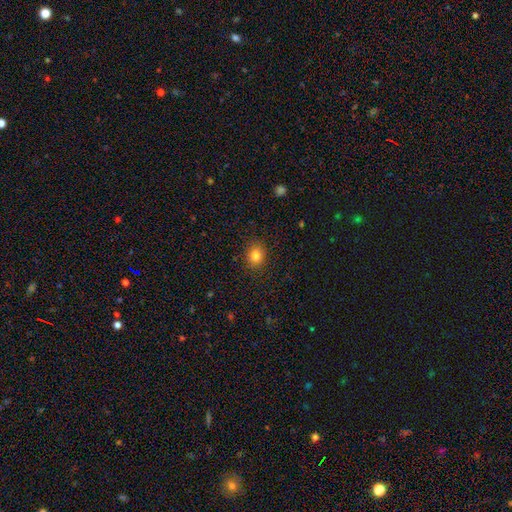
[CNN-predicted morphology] Smooth or featured? Predicted: smooth (p=0.82). How rounded? Predicted: round (p=0.70). Merging? Predicted: none (p=0.89).